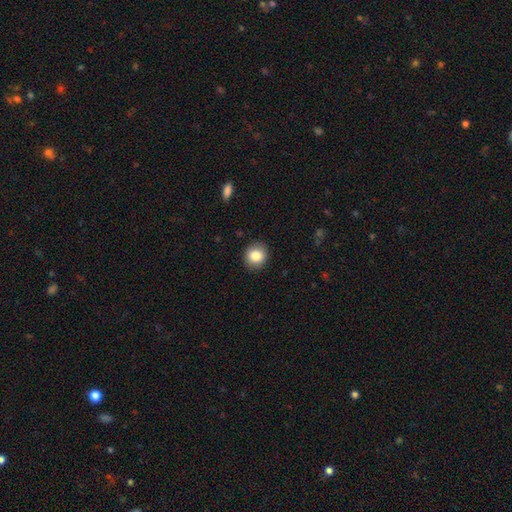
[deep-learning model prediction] Morphology: type=smooth (84%); roundness=round (86%); merging=none (91%).